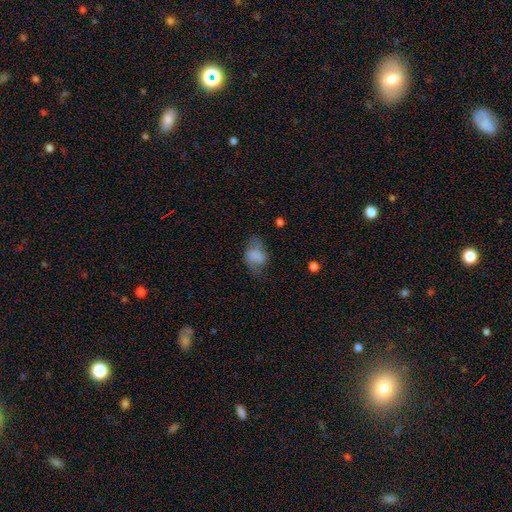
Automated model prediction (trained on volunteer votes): Smooth or featured?
  - smooth: 68% *
  - featured or disk: 23%
  - star or artifact: 10%
How rounded?
  - in between: 76% *
  - round: 23%
  - cigar-shaped: 1%
Merging?
  - none: 49% *
  - minor disturbance: 28%
  - major disturbance: 20%
  - merger: 3%